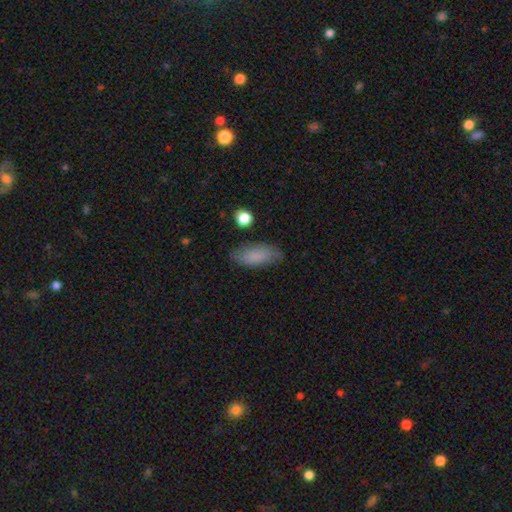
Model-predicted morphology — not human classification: Smooth or featured? Predicted: smooth (p=0.82). How rounded? Predicted: in between (p=0.83). Merging? Predicted: none (p=0.80).